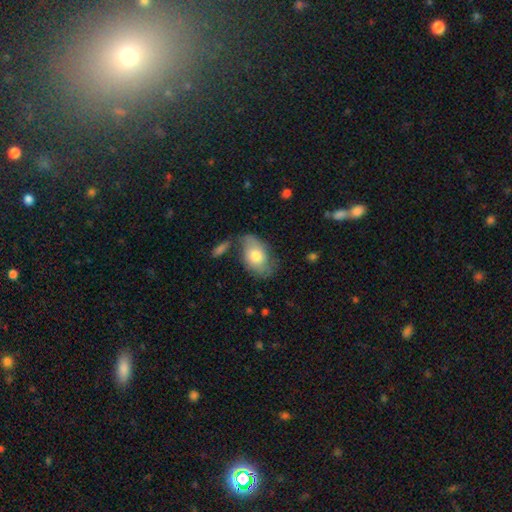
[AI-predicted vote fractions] Smooth or featured? Predicted: smooth (p=0.68). How rounded? Predicted: in between (p=0.89). Merging? Predicted: none (p=0.54).